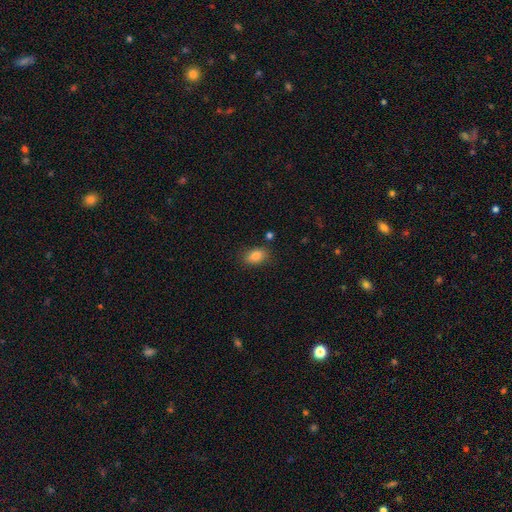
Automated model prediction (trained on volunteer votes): smooth 84%, star or artifact 9%, featured or disk 7%. Down the decision tree: how rounded — in between (84%); merging — none (81%).